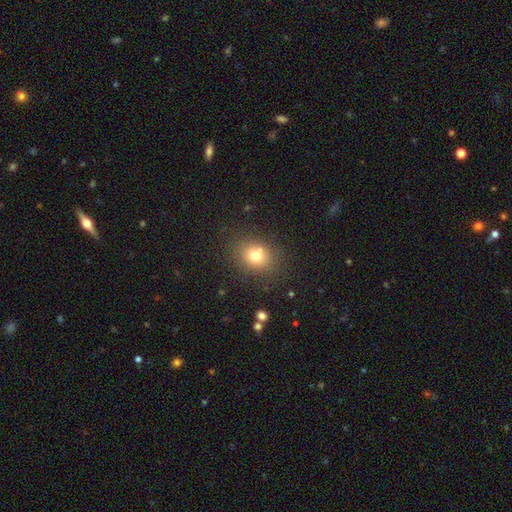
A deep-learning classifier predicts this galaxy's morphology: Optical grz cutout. It shows a smooth galaxy with no disk features (73%) that is round (62%). Merging: none (75%).